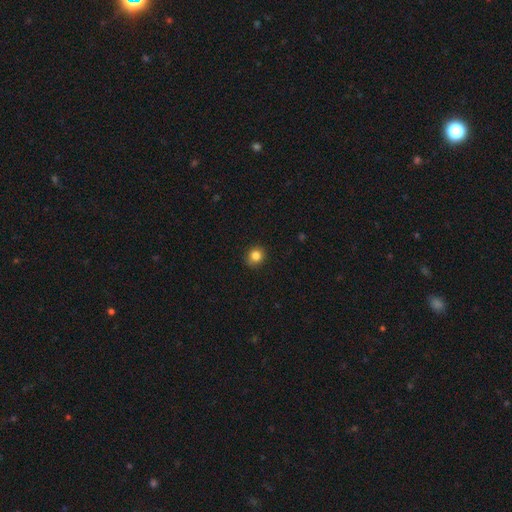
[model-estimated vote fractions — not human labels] Q: Smooth or featured?
A: smooth (84%); runner-up: star or artifact (11%)
Q: How rounded?
A: round (87%); runner-up: in between (12%)
Q: Merging?
A: none (86%); runner-up: minor disturbance (11%)